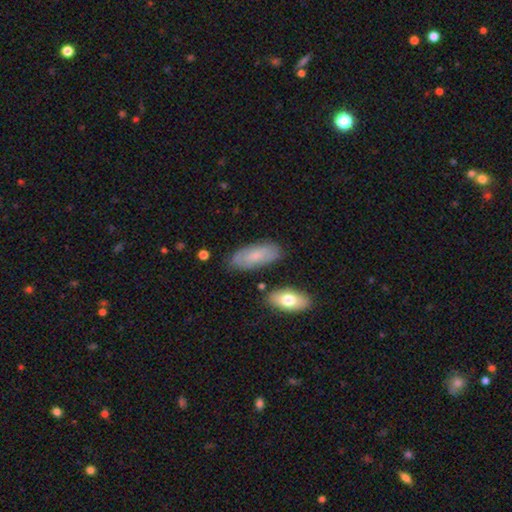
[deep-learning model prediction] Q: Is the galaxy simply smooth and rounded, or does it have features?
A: smooth — 64%.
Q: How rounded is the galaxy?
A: in between — 86%.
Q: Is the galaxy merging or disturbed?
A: none — 76%.